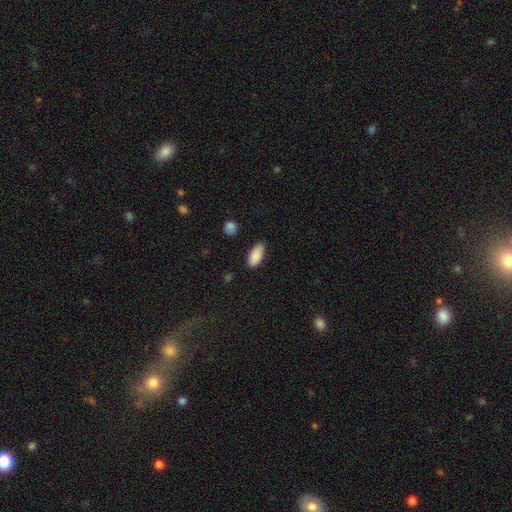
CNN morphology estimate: smooth-or-featured: smooth: 89% | star or artifact: 7% | featured or disk: 4%
  how-rounded: in between: 90% | cigar-shaped: 8% | round: 2%
  merging: none: 82% | minor disturbance: 14% | major disturbance: 3% | merger: 2%